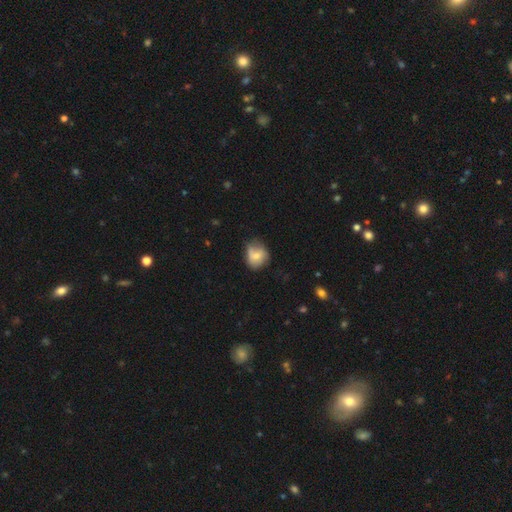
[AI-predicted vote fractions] A smooth galaxy with no disk features (63%) that is round (61%).

Vote fractions:
- Smooth or featured? smooth: 63% / featured or disk: 29% / star or artifact: 9%
- How rounded? round: 61% / in between: 38% / cigar-shaped: 1%
- Merging? none: 49% / minor disturbance: 35% / major disturbance: 11% / merger: 5%